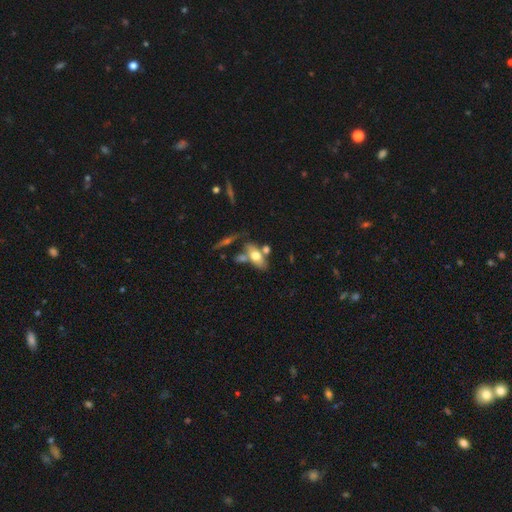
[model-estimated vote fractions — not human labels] Smooth or featured: smooth — 60% (featured or disk — 32%)
How rounded: in between — 83% (cigar-shaped — 12%)
Merging: none — 52% (merger — 27%)